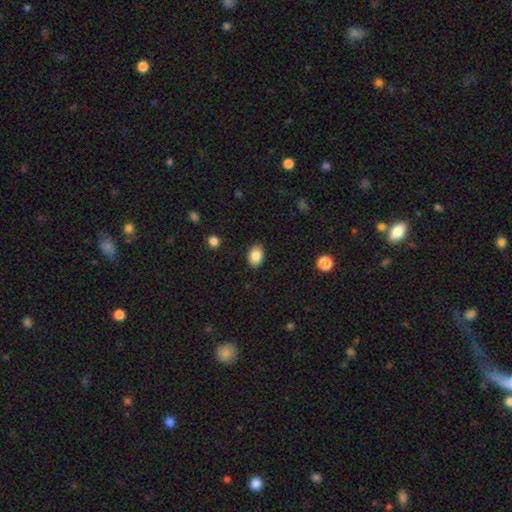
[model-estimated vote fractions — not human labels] Smooth or featured?
  - smooth: 86% *
  - star or artifact: 8%
  - featured or disk: 6%
How rounded?
  - in between: 79% *
  - round: 20%
  - cigar-shaped: 1%
Merging?
  - none: 87% *
  - minor disturbance: 9%
  - major disturbance: 2%
  - merger: 1%